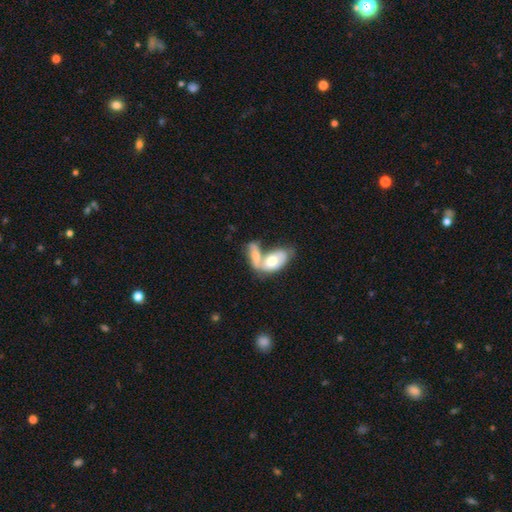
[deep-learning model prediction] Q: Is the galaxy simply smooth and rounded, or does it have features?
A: smooth — 59%.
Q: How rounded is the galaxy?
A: in between — 87%.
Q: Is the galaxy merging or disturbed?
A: merger — 71%.